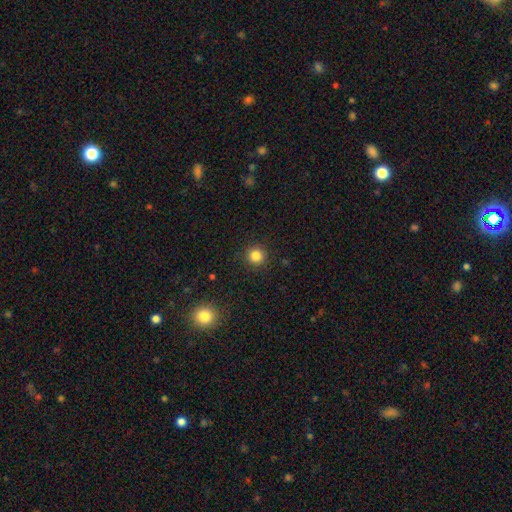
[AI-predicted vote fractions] Smooth or featured: smooth — 83% (star or artifact — 12%)
How rounded: round — 94% (in between — 5%)
Merging: none — 91% (minor disturbance — 6%)